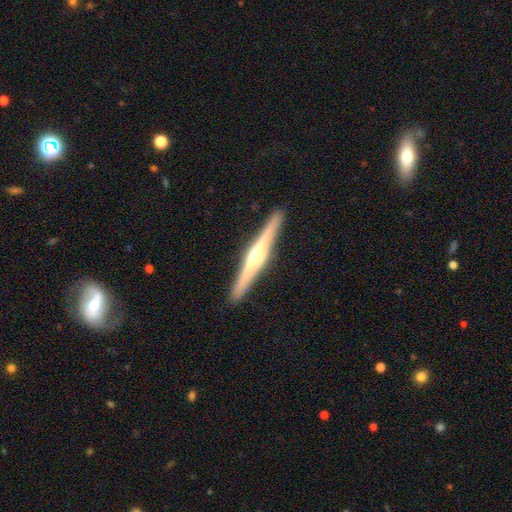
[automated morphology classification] Smooth or featured? Predicted: featured or disk (p=0.79). Edge-on disk? Predicted: yes (p=0.98). Edge-on bulge? Predicted: rounded (p=0.83). Merging? Predicted: none (p=0.92).